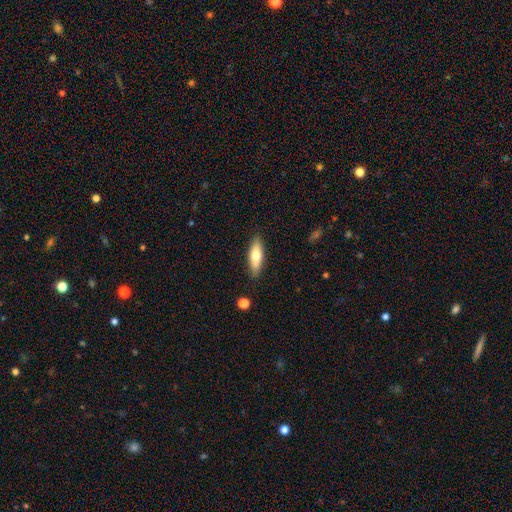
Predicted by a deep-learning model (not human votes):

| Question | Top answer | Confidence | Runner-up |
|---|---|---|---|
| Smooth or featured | smooth | 67% | featured or disk (27%) |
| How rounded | in between | 57% | cigar-shaped (41%) |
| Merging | none | 87% | minor disturbance (10%) |